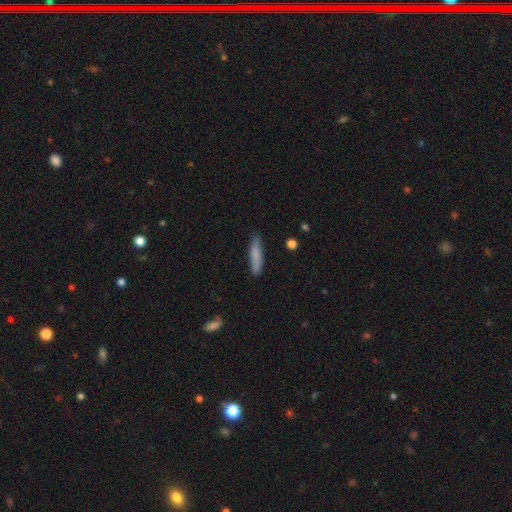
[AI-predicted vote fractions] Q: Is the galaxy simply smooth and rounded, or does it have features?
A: smooth — 81%.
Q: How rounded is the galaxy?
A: cigar-shaped — 86%.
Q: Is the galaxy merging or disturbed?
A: none — 84%.